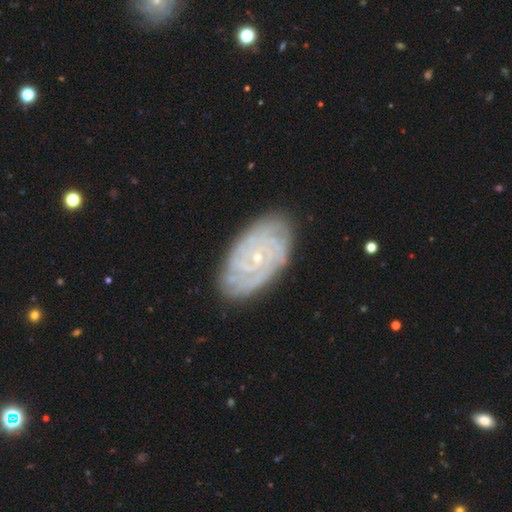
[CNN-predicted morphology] This appears to be a featured or disk galaxy (79%) with no bar (75%), tight (79%) spiral arms (95%) and a small central bulge (82%). Merging: none (83%).